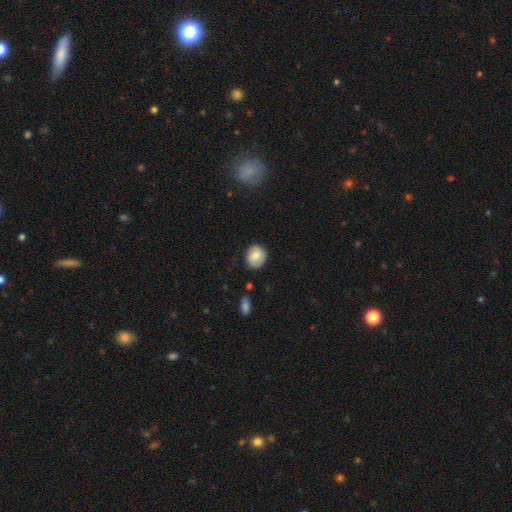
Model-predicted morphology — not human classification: Smooth or featured? smooth (66%)
How rounded? round (66%)
Merging? none (80%)